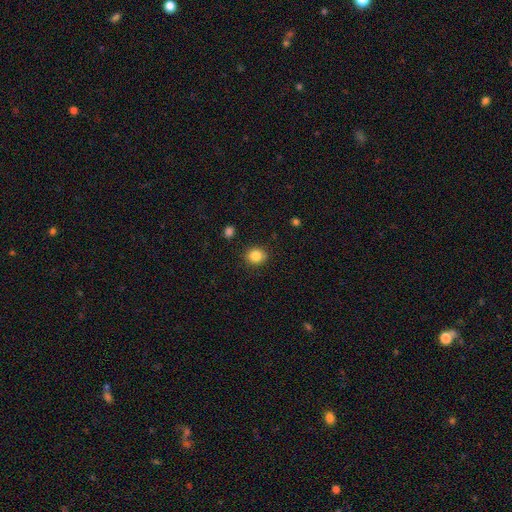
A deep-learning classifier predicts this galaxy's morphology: Smooth or featured: smooth — 84% (star or artifact — 10%)
How rounded: round — 77% (in between — 23%)
Merging: none — 88% (minor disturbance — 9%)